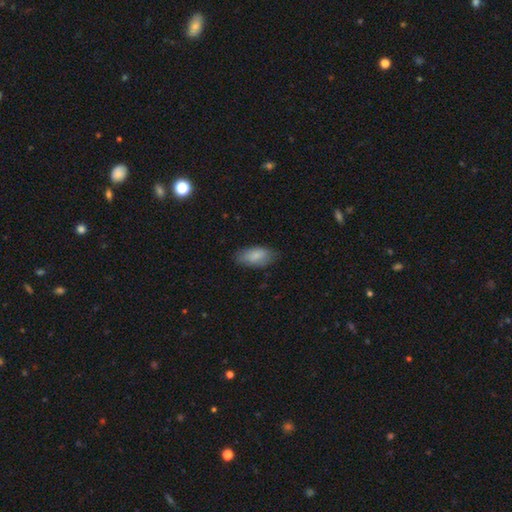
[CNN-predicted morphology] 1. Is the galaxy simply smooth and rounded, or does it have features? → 85% smooth, 9% featured or disk, 6% star or artifact.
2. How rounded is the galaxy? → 91% in between, 7% cigar-shaped, 3% round.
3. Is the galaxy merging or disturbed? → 77% none, 18% minor disturbance, 4% major disturbance, 1% merger.